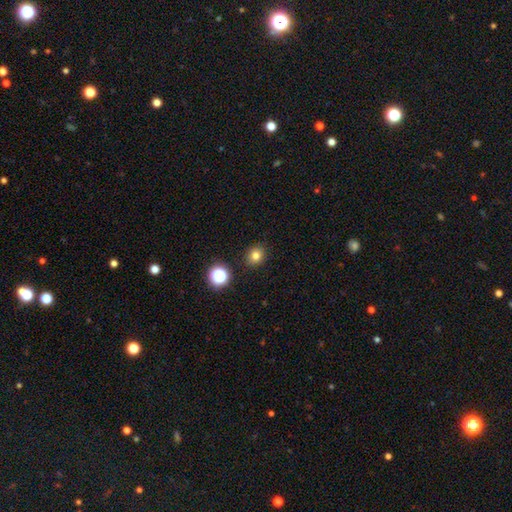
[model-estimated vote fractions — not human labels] A smooth galaxy with no disk features (78%) that is round (75%).

Vote fractions:
- Smooth or featured? smooth: 78% / star or artifact: 15% / featured or disk: 7%
- How rounded? round: 75% / in between: 24% / cigar-shaped: 1%
- Merging? none: 89% / minor disturbance: 7% / major disturbance: 2% / merger: 2%